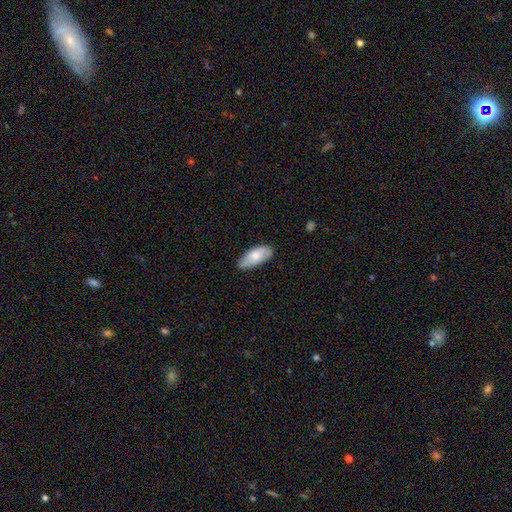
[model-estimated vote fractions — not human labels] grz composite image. It shows a smooth galaxy with no disk features (77%) that is in between round and cigar-shaped (87%). Merging: none (76%).